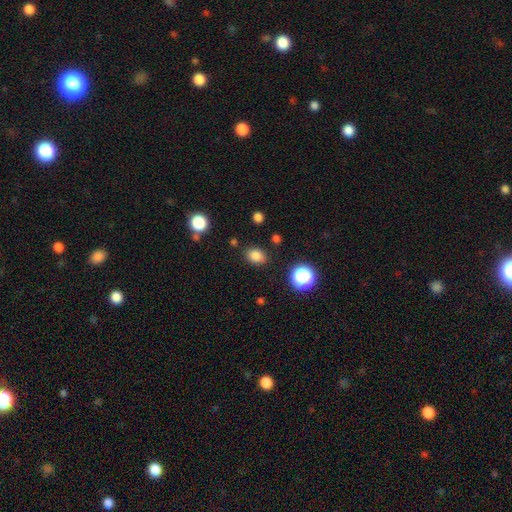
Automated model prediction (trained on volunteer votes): Smooth or featured: smooth — 82% (star or artifact — 13%)
How rounded: in between — 64% (round — 35%)
Merging: none — 83% (minor disturbance — 11%)